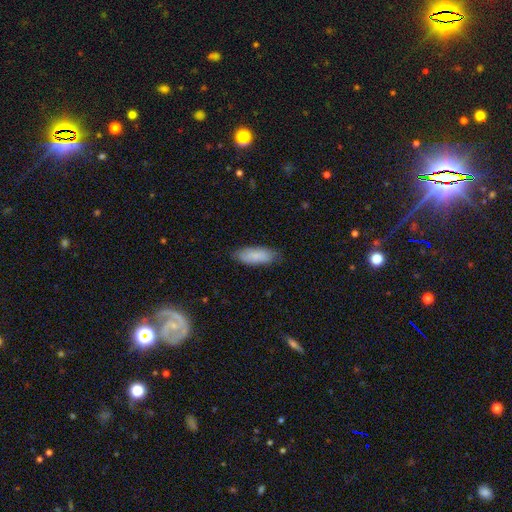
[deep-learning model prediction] smooth 83%, featured or disk 11%, star or artifact 6%. Down the decision tree: how rounded — in between (73%); merging — none (79%).